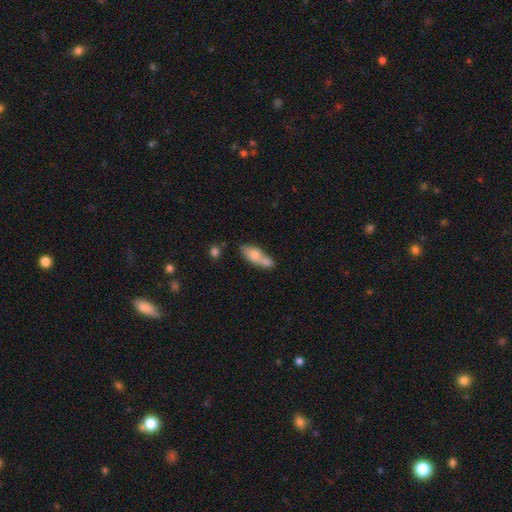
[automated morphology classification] Smooth or featured: smooth — 71% (featured or disk — 21%)
How rounded: in between — 73% (cigar-shaped — 23%)
Merging: merger — 47% (none — 32%)